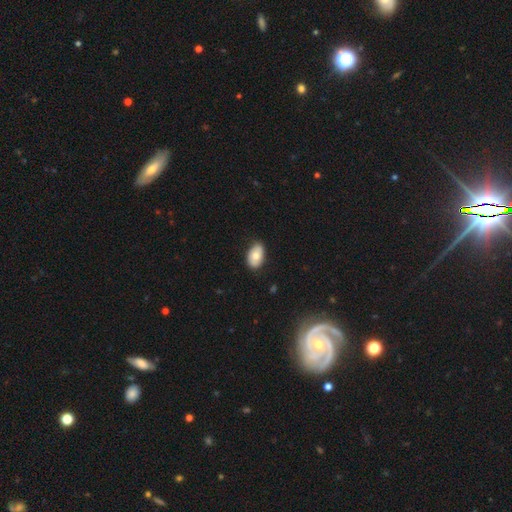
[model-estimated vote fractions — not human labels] A smooth galaxy with no disk features (75%) that is in between round and cigar-shaped (91%). Merging: none (80%).